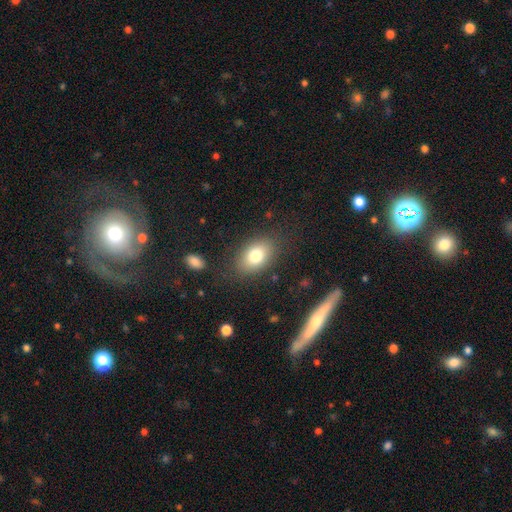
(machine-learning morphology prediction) smooth 78%, featured or disk 12%, star or artifact 9%. Down the decision tree: how rounded — in between (83%); merging — none (81%).